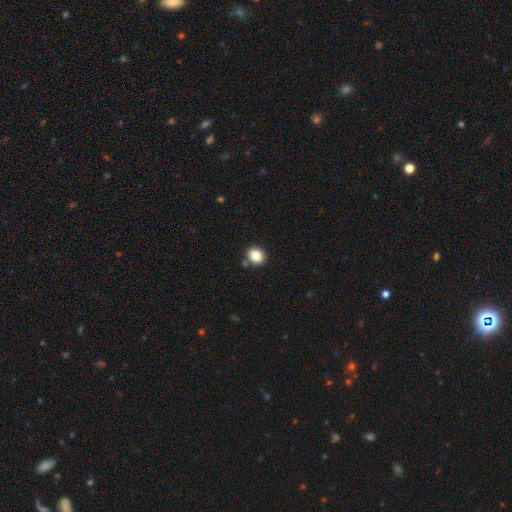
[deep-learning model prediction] Smooth or featured: smooth — 84% (star or artifact — 10%)
How rounded: round — 83% (in between — 17%)
Merging: none — 84% (minor disturbance — 8%)